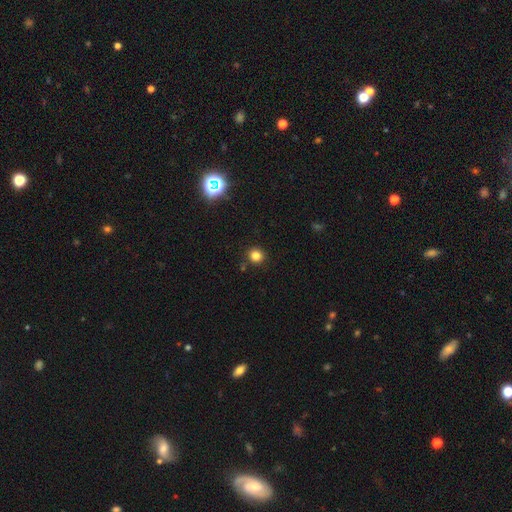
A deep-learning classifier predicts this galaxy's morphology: smooth-or-featured: smooth: 81% | star or artifact: 14% | featured or disk: 5%
  how-rounded: round: 91% | in between: 8% | cigar-shaped: 1%
  merging: none: 88% | minor disturbance: 6% | merger: 3% | major disturbance: 2%